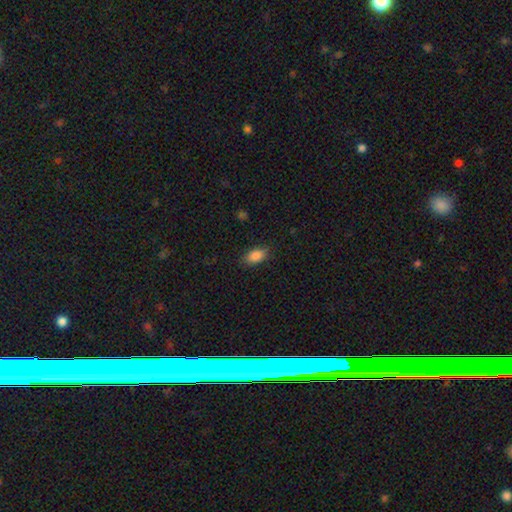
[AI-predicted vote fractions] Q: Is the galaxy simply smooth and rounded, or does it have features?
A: smooth — 87%.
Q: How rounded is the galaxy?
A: in between — 89%.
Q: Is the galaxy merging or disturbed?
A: none — 84%.